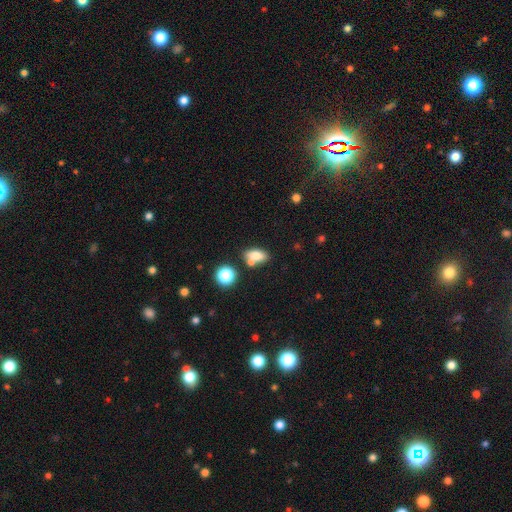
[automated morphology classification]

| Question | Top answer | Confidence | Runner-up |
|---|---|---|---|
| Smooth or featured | smooth | 75% | featured or disk (14%) |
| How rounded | in between | 81% | round (12%) |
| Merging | none | 55% | merger (28%) |